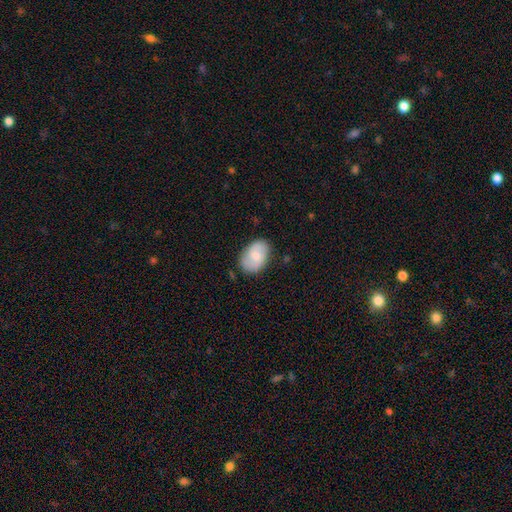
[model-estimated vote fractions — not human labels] Overall: smooth (63%; featured or disk 31%). How rounded: in between (86%). Merging: none (78%).